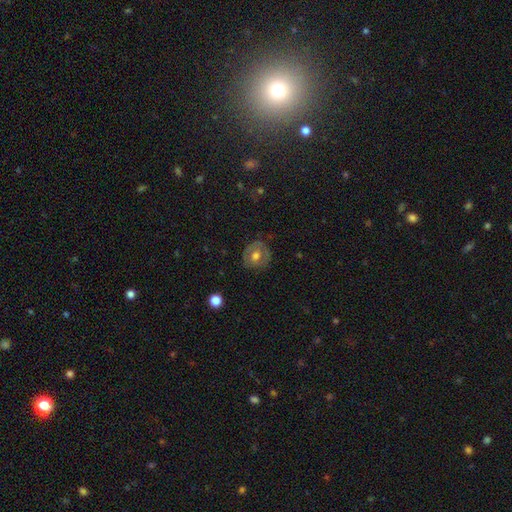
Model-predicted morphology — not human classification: Smooth or featured? Predicted: smooth (p=0.50). Merging? Predicted: none (p=0.79).